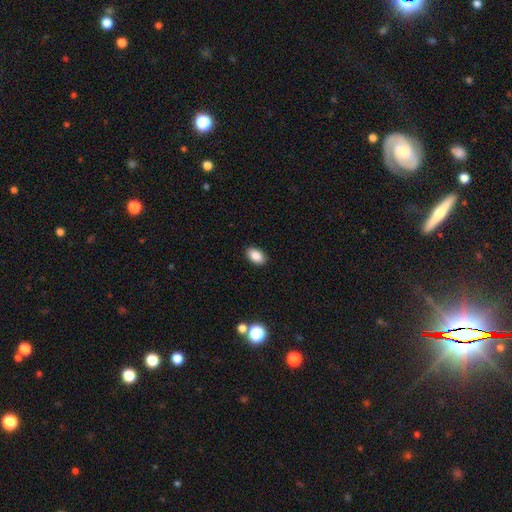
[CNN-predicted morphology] smooth_or_featured: smooth (p=0.87) [alt: star or artifact p=0.08]
how_rounded: in between (p=0.92) [alt: round p=0.07]
merging: none (p=0.90) [alt: minor disturbance p=0.08]